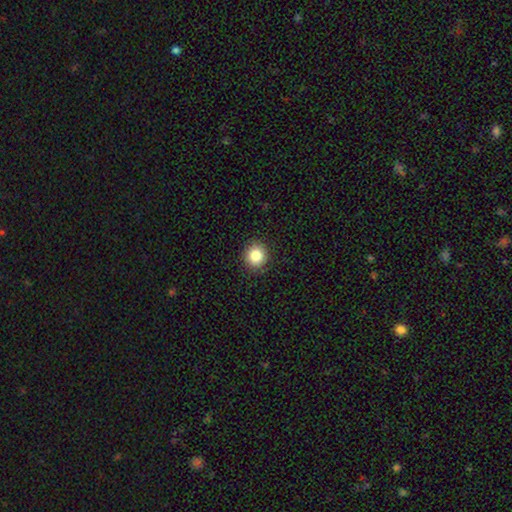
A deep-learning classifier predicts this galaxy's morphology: Overall: smooth (84%). How rounded: round (90%). Merging: none (91%).